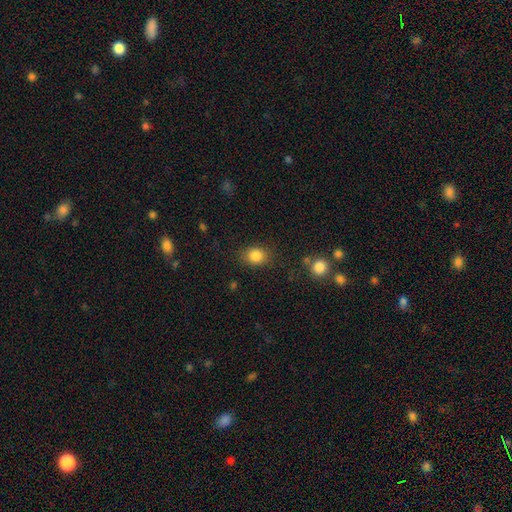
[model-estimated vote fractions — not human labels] smooth_or_featured: smooth (p=0.85) [alt: star or artifact p=0.10]
how_rounded: round (p=0.57) [alt: in between p=0.42]
merging: none (p=0.81) [alt: minor disturbance p=0.12]